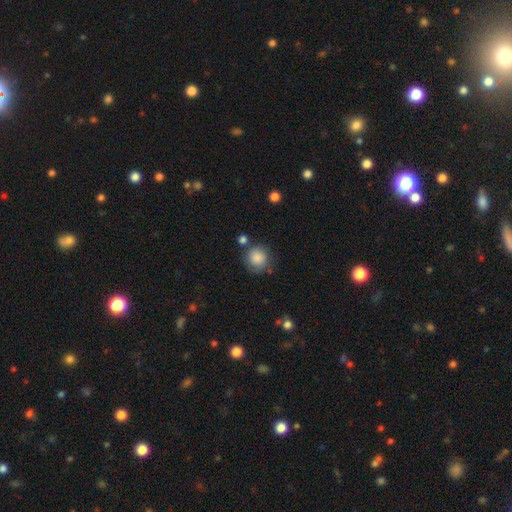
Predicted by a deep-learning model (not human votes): This appears to be a smooth galaxy with no disk features (86%) that is round (91%). Merging: none (71%).